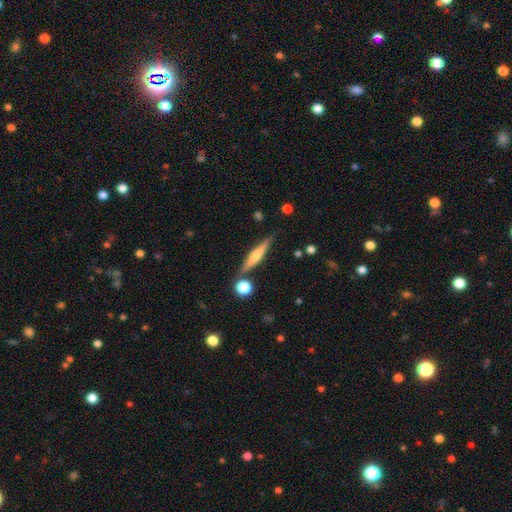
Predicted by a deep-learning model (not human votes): A featured or disk galaxy (60%) viewed edge-on (97%) with a rounded central bulge (78%). Merging: none (83%).